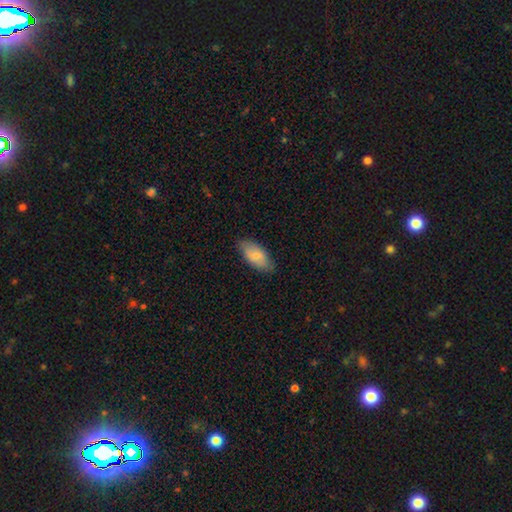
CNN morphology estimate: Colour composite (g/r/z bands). It shows a smooth galaxy with no disk features (75%) that is in between round and cigar-shaped (92%). Merging: none (81%).